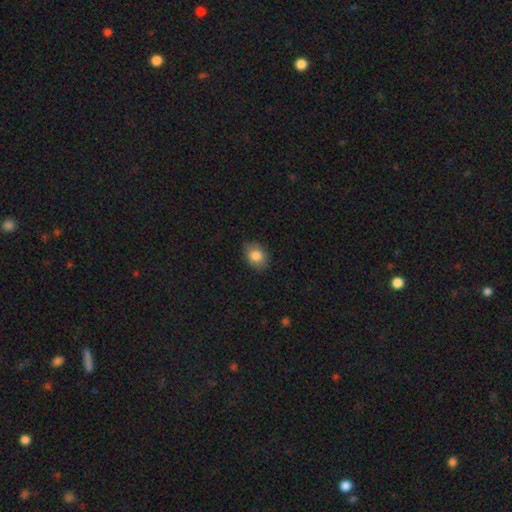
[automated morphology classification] A smooth galaxy with no disk features (83%) that is in between round and cigar-shaped (63%).

Vote fractions:
- Smooth or featured? smooth: 83% / star or artifact: 9% / featured or disk: 8%
- How rounded? in between: 63% / round: 36% / cigar-shaped: 1%
- Merging? none: 84% / minor disturbance: 12% / major disturbance: 2% / merger: 1%